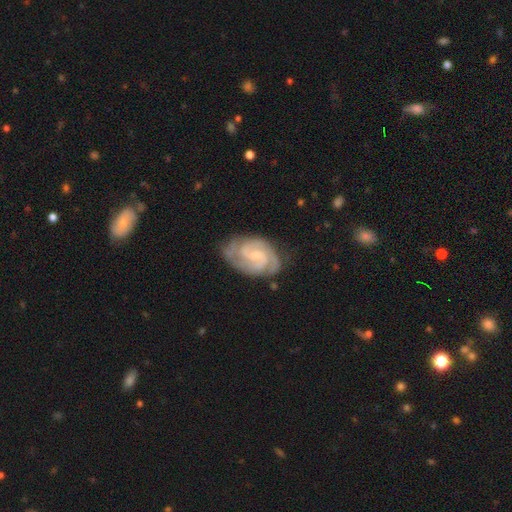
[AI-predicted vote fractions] The model was most divided on "spiral winding": tight: 55%, medium: 39%, loose: 6%. More confident: spiral arms — yes (98%); edge-on disk — no (98%); smooth or featured — featured or disk (89%); merging — none (73%); spiral arm count — 2 (64%); bulge size — small (56%); bar — weak (54%).